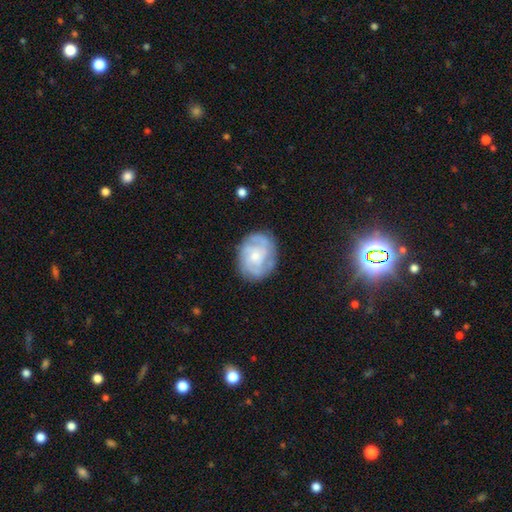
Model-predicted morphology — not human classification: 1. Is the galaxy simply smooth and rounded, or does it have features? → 73% featured or disk, 21% smooth, 6% star or artifact.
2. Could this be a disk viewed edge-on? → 98% no, 2% yes.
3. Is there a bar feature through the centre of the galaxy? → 72% no, 25% weak, 4% strong.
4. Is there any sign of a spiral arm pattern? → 90% yes, 10% no.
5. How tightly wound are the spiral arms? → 54% tight, 35% medium, 10% loose.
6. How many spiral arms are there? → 32% can't tell, 25% 3, 21% 2, 11% 4, 5% 1, 5% more than 4.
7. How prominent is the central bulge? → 57% small, 35% moderate, 4% none, 3% large, 1% dominant.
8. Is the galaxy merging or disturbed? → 76% none, 17% minor disturbance, 6% major disturbance, 1% merger.